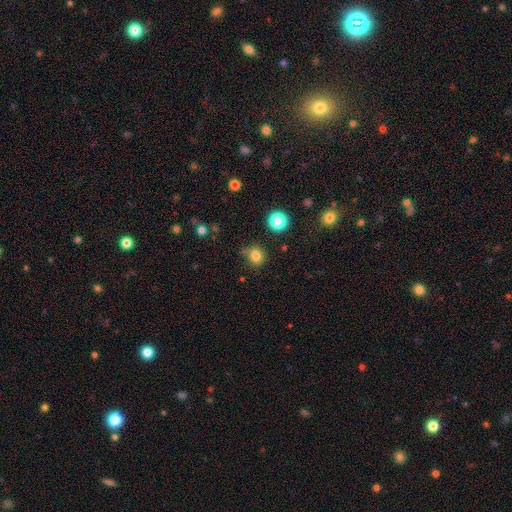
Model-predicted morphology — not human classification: smooth_or_featured: smooth (p=0.81) [alt: star or artifact p=0.14]
how_rounded: round (p=0.75) [alt: in between p=0.24]
merging: none (p=0.76) [alt: minor disturbance p=0.16]